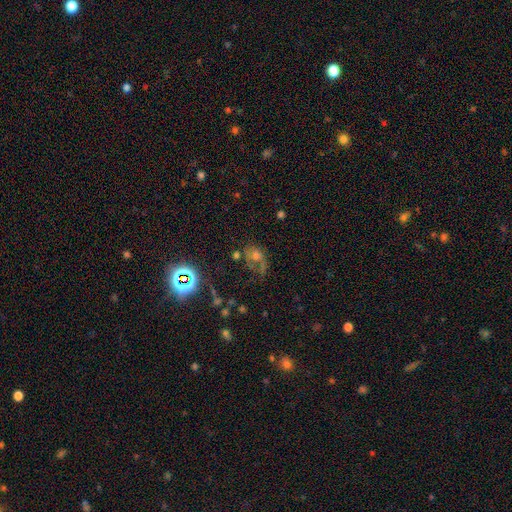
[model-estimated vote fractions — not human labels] star or artifact 36%, smooth 33%, featured or disk 32%.